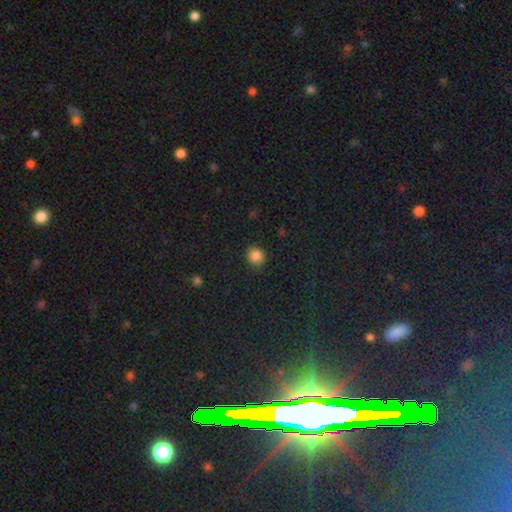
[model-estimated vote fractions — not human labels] smooth 85%, star or artifact 11%, featured or disk 4%. Down the decision tree: how rounded — round (86%); merging — none (89%).